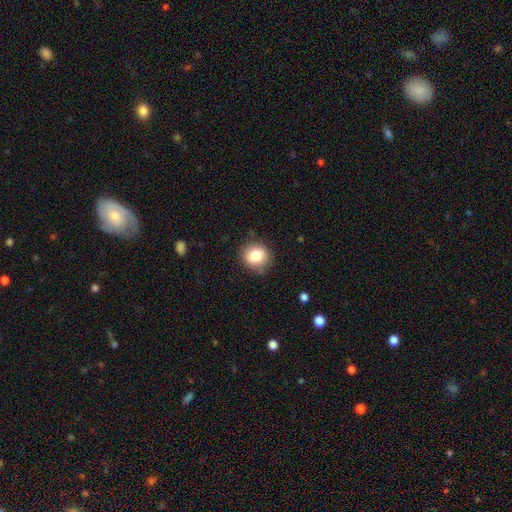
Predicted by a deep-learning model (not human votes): Smooth or featured?
  - smooth: 81% *
  - star or artifact: 10%
  - featured or disk: 9%
How rounded?
  - round: 85% *
  - in between: 14%
  - cigar-shaped: 1%
Merging?
  - none: 84% *
  - minor disturbance: 12%
  - major disturbance: 3%
  - merger: 2%